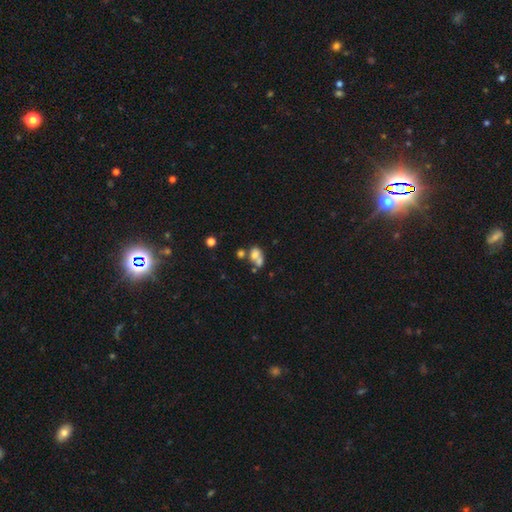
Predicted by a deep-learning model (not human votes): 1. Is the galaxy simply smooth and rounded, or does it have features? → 63% smooth, 24% featured or disk, 13% star or artifact.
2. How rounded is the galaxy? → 63% in between, 35% round, 2% cigar-shaped.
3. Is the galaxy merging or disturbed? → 53% merger, 26% none, 12% minor disturbance, 10% major disturbance.